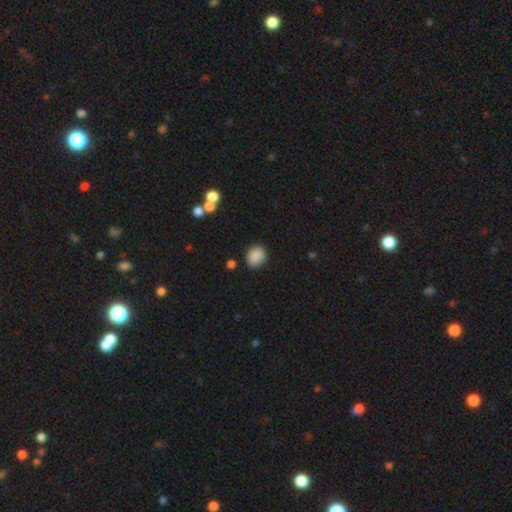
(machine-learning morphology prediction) type=smooth (87%); roundness=round (64%); merging=none (82%).